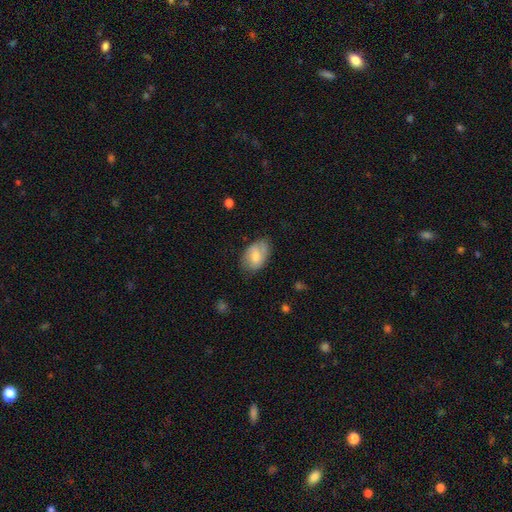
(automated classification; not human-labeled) smooth 65%, featured or disk 28%, star or artifact 7%. Down the decision tree: how rounded — in between (90%); merging — none (66%).